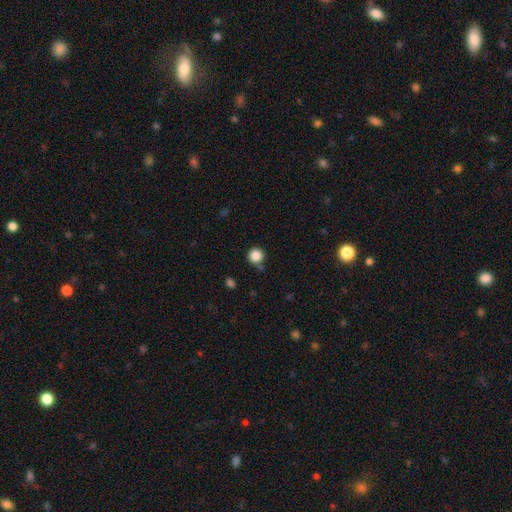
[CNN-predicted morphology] Smooth or featured? Predicted: smooth (p=0.86). How rounded? Predicted: round (p=0.95). Merging? Predicted: none (p=0.78).